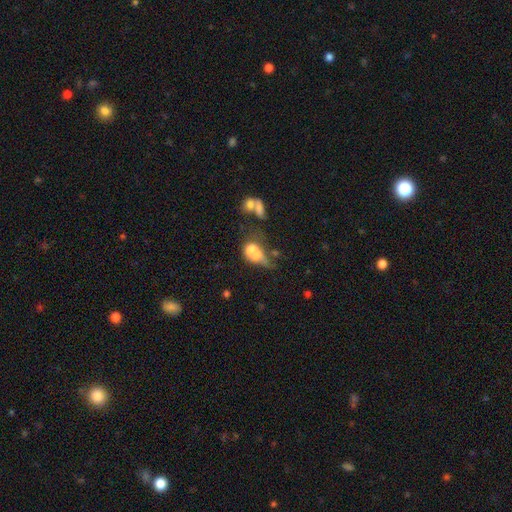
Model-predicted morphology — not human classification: Smooth or featured? smooth (63%)
How rounded? in between (52%)
Merging? merger (52%)